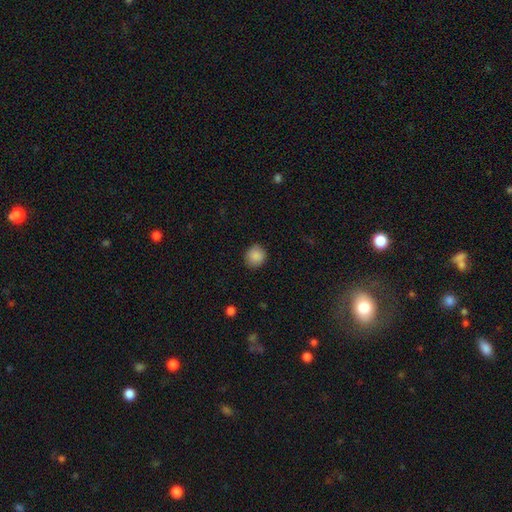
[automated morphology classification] This appears to be a smooth galaxy with no disk features (88%) that is round (85%). Merging: none (89%).